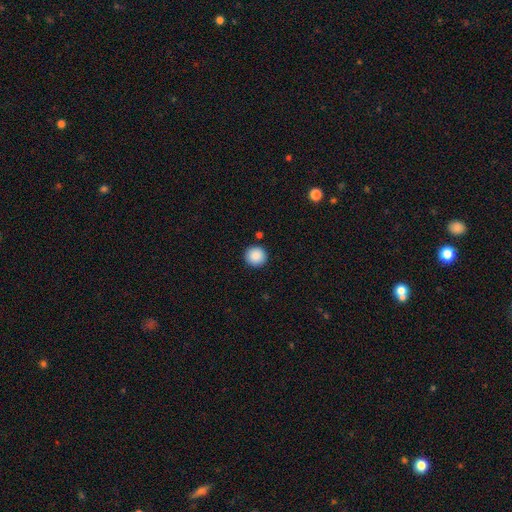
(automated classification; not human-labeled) A smooth galaxy with no disk features (89%) that is round (95%). Merging: none (91%).